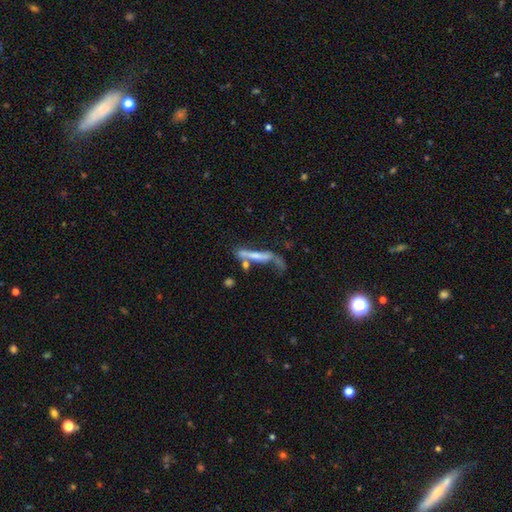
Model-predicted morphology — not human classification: smooth-or-featured: featured or disk: 50% | smooth: 40% | star or artifact: 10%
  disk-edge-on: yes: 59% | no: 41%
  merging: none: 29% | major disturbance: 27% | merger: 24% | minor disturbance: 19%